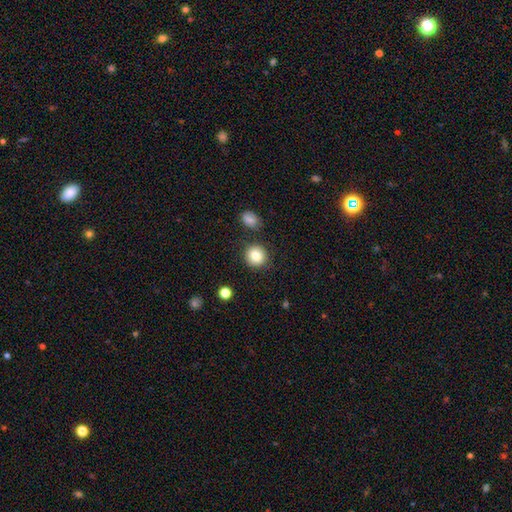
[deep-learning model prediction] Morphology: type=smooth (82%); roundness=round (90%); merging=none (86%).